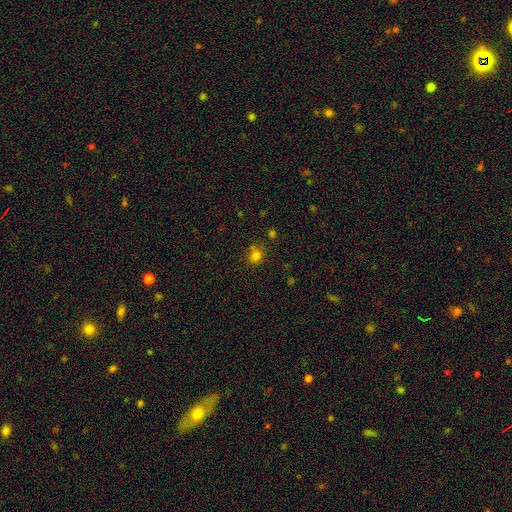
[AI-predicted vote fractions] smooth_or_featured: smooth (p=0.76) [alt: star or artifact p=0.18]
how_rounded: round (p=0.78) [alt: in between p=0.21]
merging: none (p=0.68) [alt: minor disturbance p=0.15]